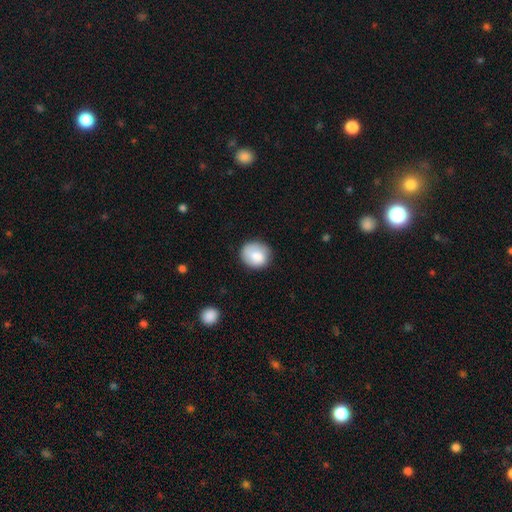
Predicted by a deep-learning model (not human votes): The model was most divided on "how rounded": round: 72%, in between: 28%, cigar-shaped: 1%. More confident: smooth or featured — smooth (81%); merging — none (75%).